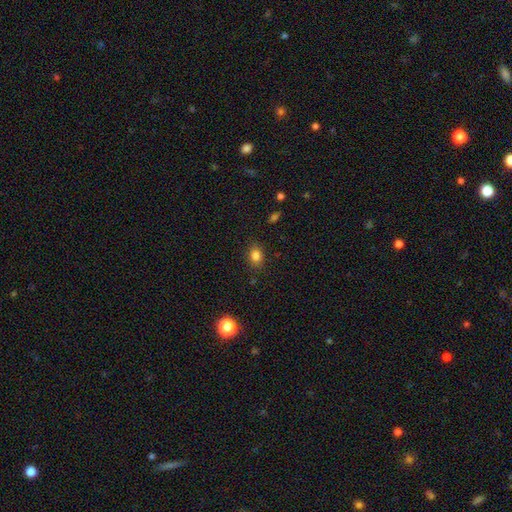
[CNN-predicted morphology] A smooth galaxy with no disk features (83%) that is in between round and cigar-shaped (64%).

Vote fractions:
- Smooth or featured? smooth: 83% / star or artifact: 12% / featured or disk: 5%
- How rounded? in between: 64% / round: 34% / cigar-shaped: 1%
- Merging? none: 84% / minor disturbance: 11% / major disturbance: 3% / merger: 2%